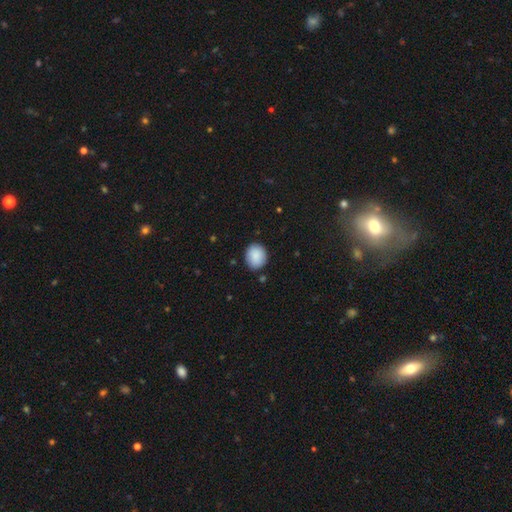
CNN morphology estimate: Smooth or featured? smooth (89%)
How rounded? round (65%)
Merging? none (86%)